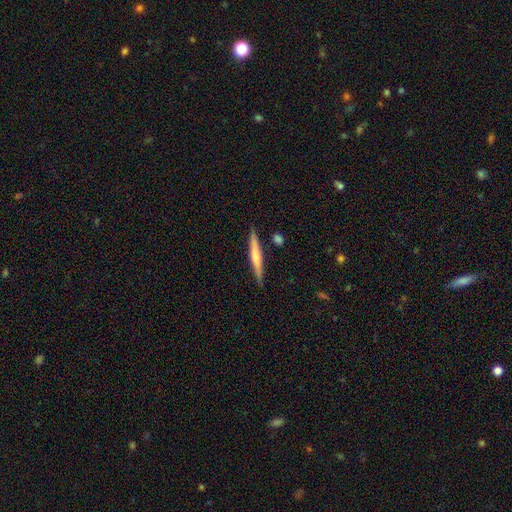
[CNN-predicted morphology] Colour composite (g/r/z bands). It shows a featured or disk galaxy (49%). Merging: none (87%).